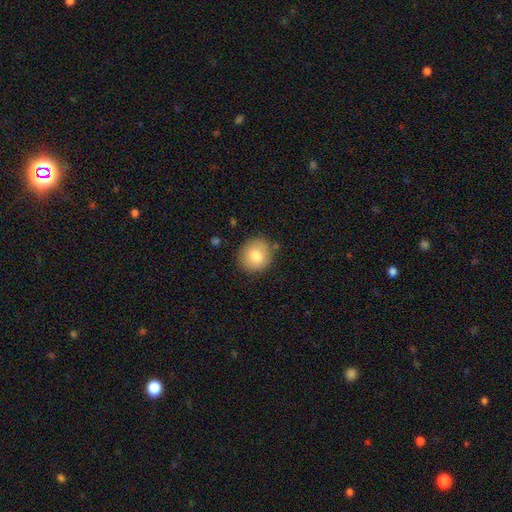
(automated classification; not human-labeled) This is likely a smooth galaxy (79%). How rounded: clearly round (86%). Merging: clearly none (83%).